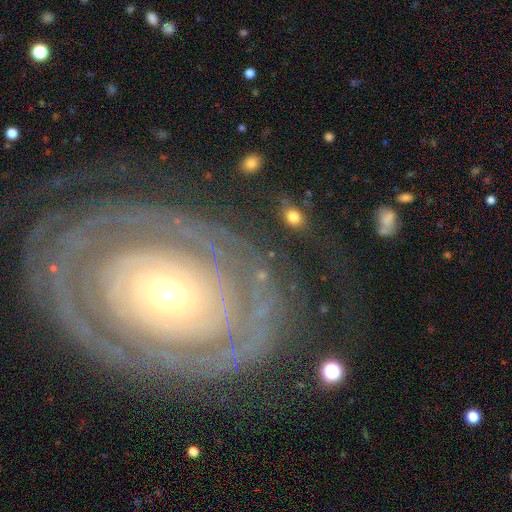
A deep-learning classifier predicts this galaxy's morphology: Q: Smooth or featured?
A: featured or disk (84%); runner-up: smooth (10%)
Q: Edge-on disk?
A: no (96%); runner-up: yes (4%)
Q: Bar?
A: no (85%); runner-up: weak (10%)
Q: Spiral arms?
A: yes (85%); runner-up: no (15%)
Q: Spiral winding?
A: tight (85%); runner-up: medium (11%)
Q: Spiral arm count?
A: can't tell (37%); runner-up: 2 (26%)
Q: Bulge size?
A: small (75%); runner-up: moderate (19%)
Q: Merging?
A: none (76%); runner-up: minor disturbance (13%)